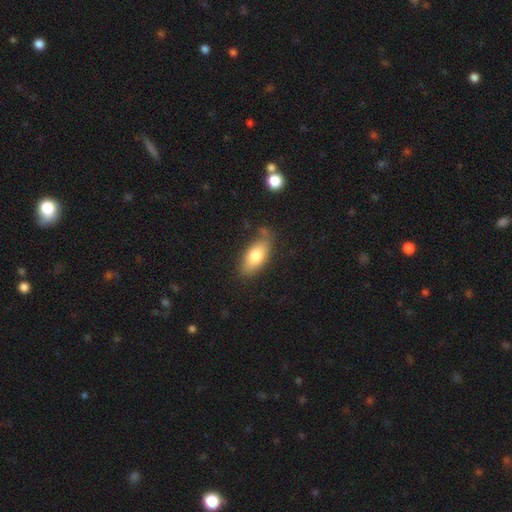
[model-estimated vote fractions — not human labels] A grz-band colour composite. It shows a smooth galaxy with no disk features (76%) that is in between round and cigar-shaped (86%). Merging: none (72%).